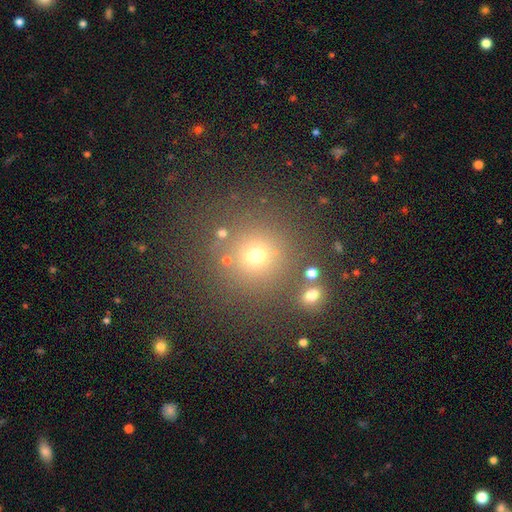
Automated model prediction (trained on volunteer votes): A smooth galaxy with no disk features (65%) that is round (93%).

Vote fractions:
- Smooth or featured? smooth: 65% / star or artifact: 27% / featured or disk: 8%
- How rounded? round: 93% / in between: 6% / cigar-shaped: 1%
- Merging? none: 82% / minor disturbance: 8% / merger: 6% / major disturbance: 4%